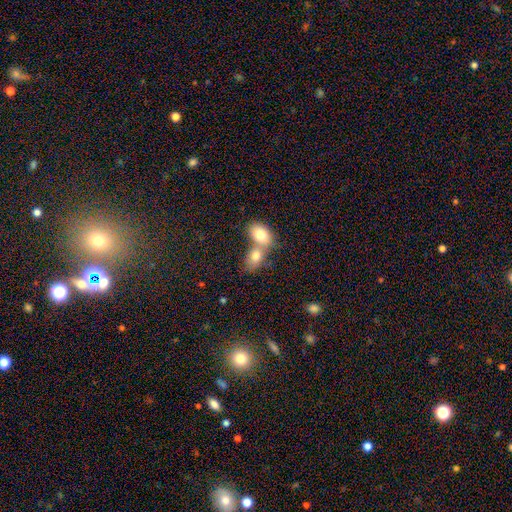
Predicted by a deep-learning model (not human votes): Smooth or featured? smooth (77%)
How rounded? in between (79%)
Merging? merger (67%)